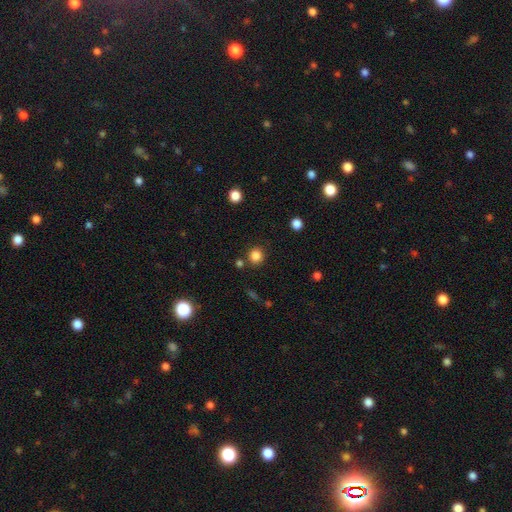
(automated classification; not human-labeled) This appears to be a smooth galaxy with no disk features (84%) that is round (87%). Merging: none (83%).